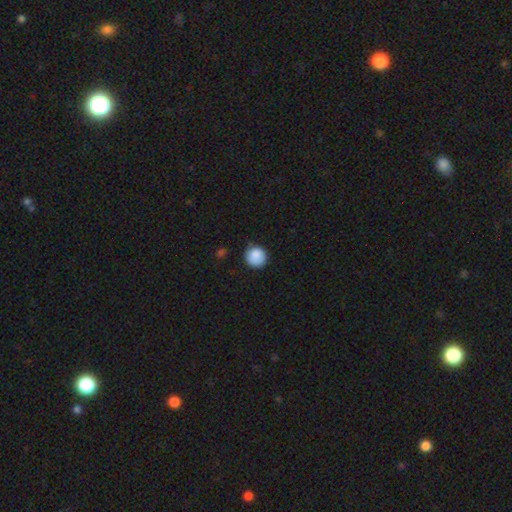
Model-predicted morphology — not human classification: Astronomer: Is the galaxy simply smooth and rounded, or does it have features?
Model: smooth — 87%.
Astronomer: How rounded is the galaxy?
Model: round — 94%.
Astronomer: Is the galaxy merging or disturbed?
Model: none — 83%.